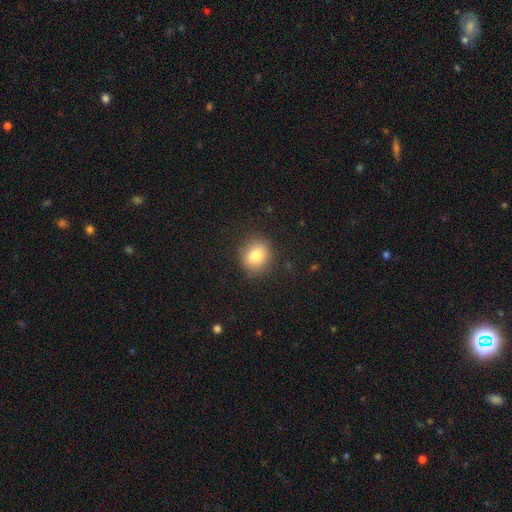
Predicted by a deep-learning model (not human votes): The model was most divided on "how rounded": round: 68%, in between: 31%, cigar-shaped: 1%. More confident: merging — none (86%); smooth or featured — smooth (84%).